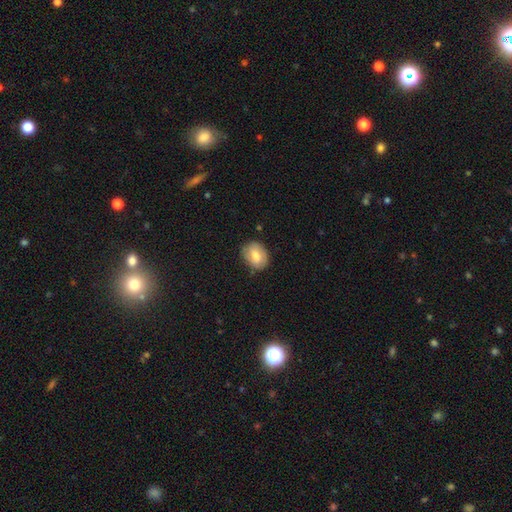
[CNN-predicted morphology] A smooth galaxy with no disk features (70%) that is in between round and cigar-shaped (65%). Merging: none (77%).